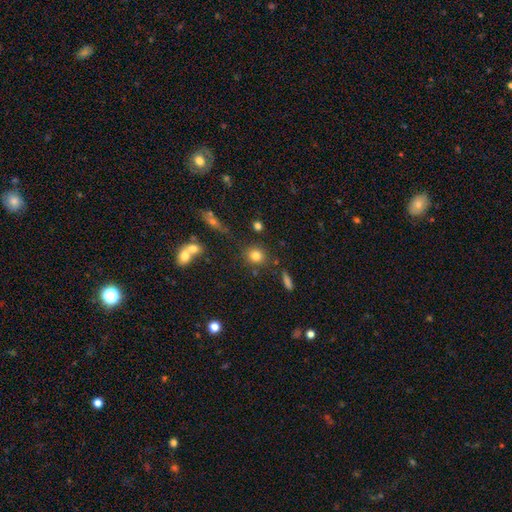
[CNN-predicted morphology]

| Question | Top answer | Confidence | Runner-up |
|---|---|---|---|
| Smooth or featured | smooth | 80% | star or artifact (12%) |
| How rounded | round | 80% | in between (18%) |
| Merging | none | 81% | minor disturbance (10%) |